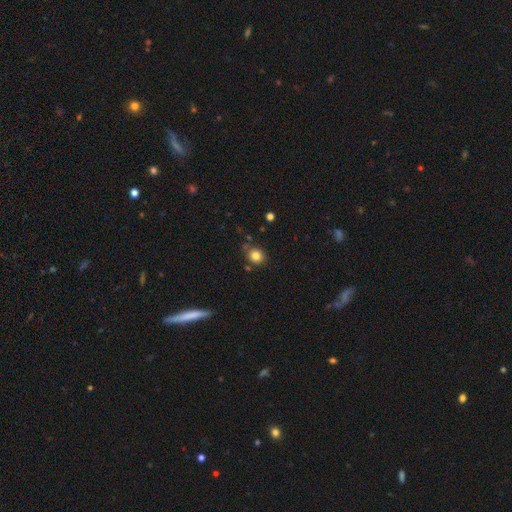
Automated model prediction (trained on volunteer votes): This is clearly a smooth galaxy (82%). How rounded: likely round (74%). Merging: likely none (77%).